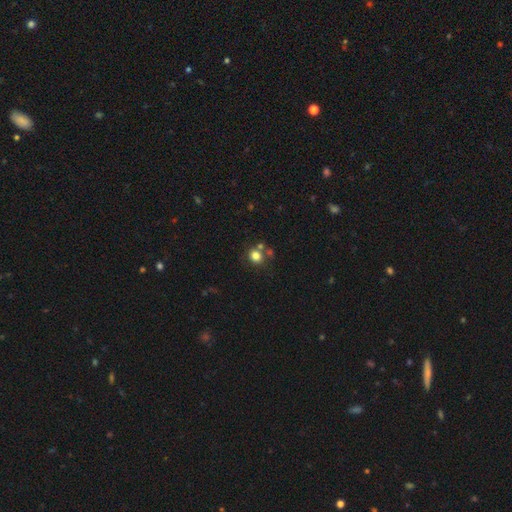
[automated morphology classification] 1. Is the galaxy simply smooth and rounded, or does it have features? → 79% smooth, 13% star or artifact, 8% featured or disk.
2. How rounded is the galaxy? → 77% round, 22% in between, 1% cigar-shaped.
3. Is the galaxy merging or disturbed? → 64% none, 20% merger, 12% minor disturbance, 5% major disturbance.